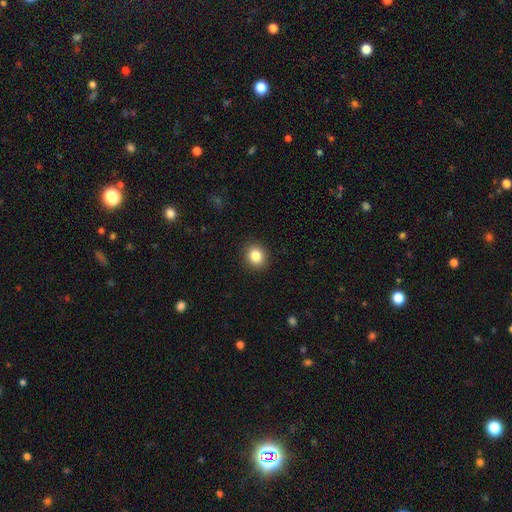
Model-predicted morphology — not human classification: Smooth or featured: smooth — 85% (star or artifact — 10%)
How rounded: round — 78% (in between — 22%)
Merging: none — 91% (minor disturbance — 6%)